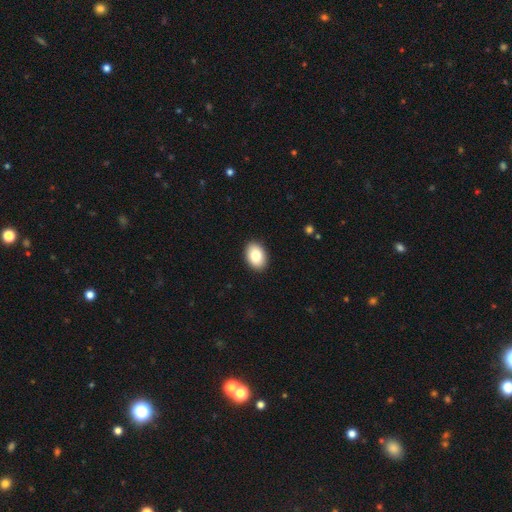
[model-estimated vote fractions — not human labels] The model was most divided on "how rounded": in between: 84%, round: 15%, cigar-shaped: 1%. More confident: merging — none (91%); smooth or featured — smooth (83%).